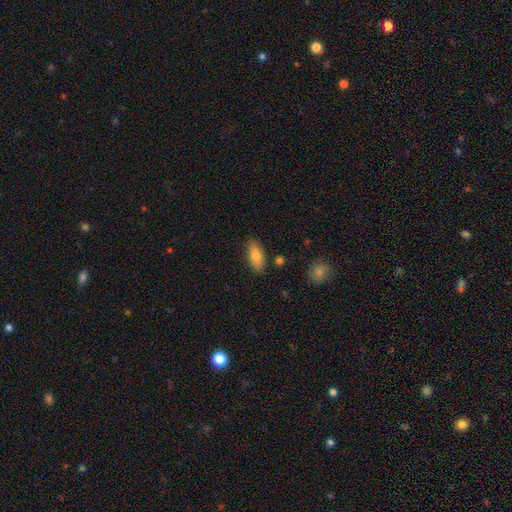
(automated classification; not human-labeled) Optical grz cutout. It shows a smooth galaxy with no disk features (79%) that is in between round and cigar-shaped (78%). Merging: none (84%).